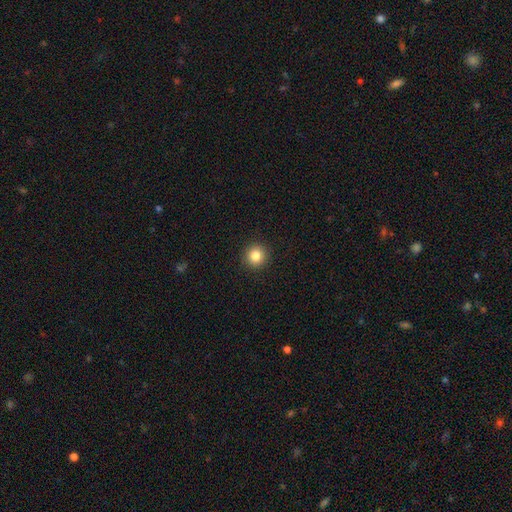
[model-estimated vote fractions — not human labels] Q: Smooth or featured?
A: smooth (84%); runner-up: star or artifact (10%)
Q: How rounded?
A: round (94%); runner-up: in between (5%)
Q: Merging?
A: none (93%); runner-up: minor disturbance (5%)